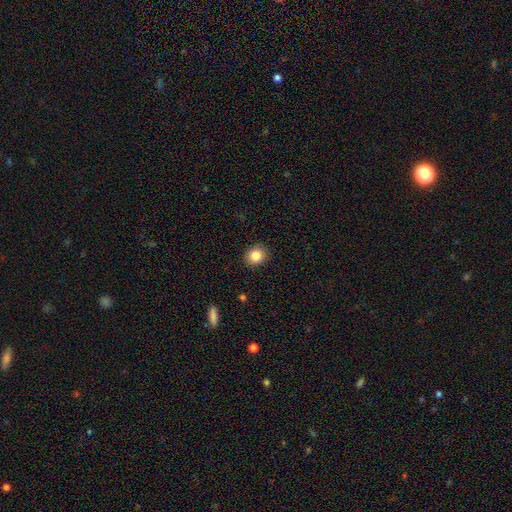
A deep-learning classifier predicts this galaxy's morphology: The model was most divided on "how rounded": round: 75%, in between: 24%, cigar-shaped: 1%. More confident: merging — none (90%); smooth or featured — smooth (84%).